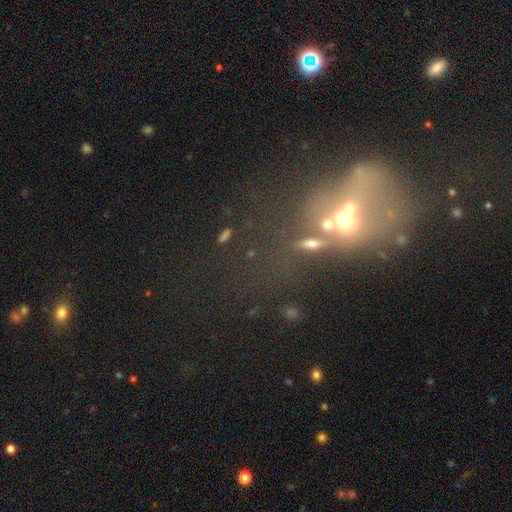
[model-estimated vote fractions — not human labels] Morphology: type=star or artifact (36%).